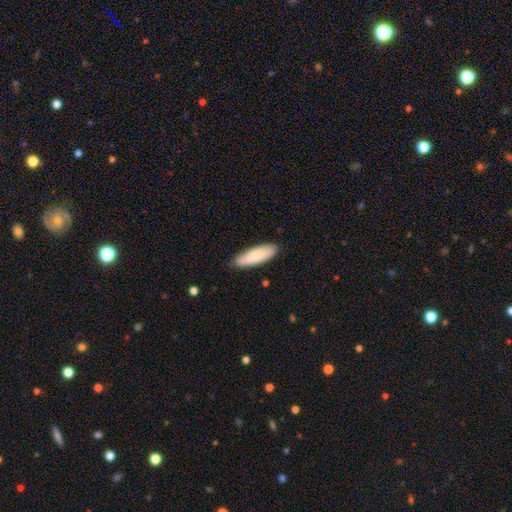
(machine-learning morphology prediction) Smooth or featured: smooth — 81% (featured or disk — 13%)
How rounded: cigar-shaped — 51% (in between — 47%)
Merging: none — 85% (minor disturbance — 12%)